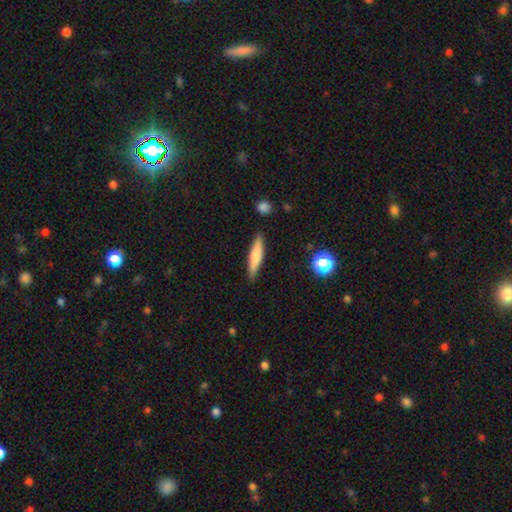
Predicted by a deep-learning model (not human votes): This appears to be a smooth galaxy with no disk features (65%) that is cigar-shaped (85%). Merging: none (86%).